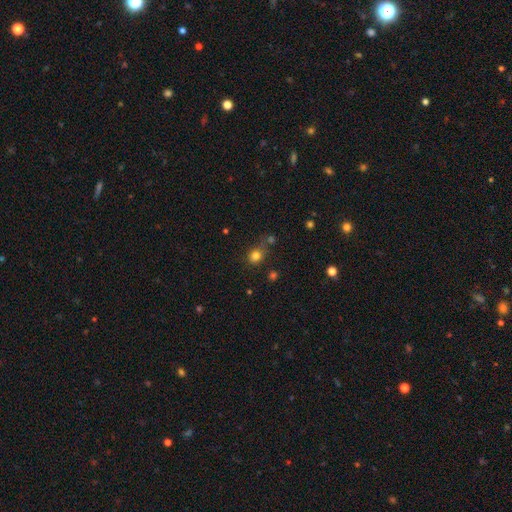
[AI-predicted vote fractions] Smooth or featured? smooth (79%)
How rounded? round (69%)
Merging? none (65%)